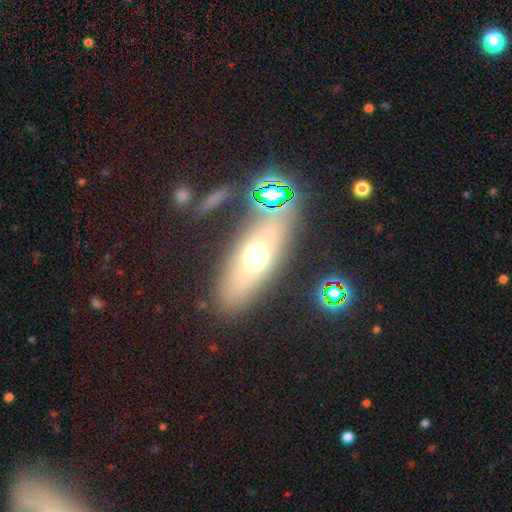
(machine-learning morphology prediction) Overall: smooth (53%; featured or disk 30%). How rounded: in between (62%; cigar-shaped 29%). Merging: none (80%).